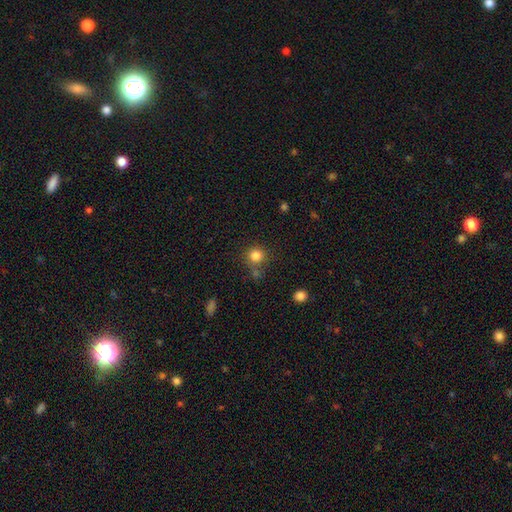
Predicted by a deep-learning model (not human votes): Smooth or featured?
  - smooth: 82% *
  - star or artifact: 12%
  - featured or disk: 5%
How rounded?
  - round: 92% *
  - in between: 7%
  - cigar-shaped: 1%
Merging?
  - none: 76% *
  - minor disturbance: 10%
  - merger: 10%
  - major disturbance: 4%